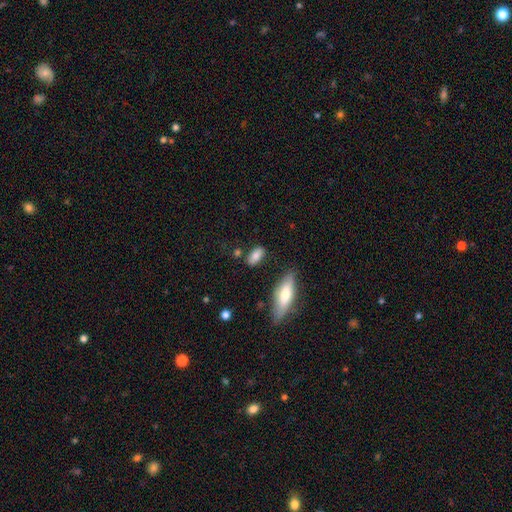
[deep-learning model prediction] Smooth or featured?
  - smooth: 81% *
  - featured or disk: 11%
  - star or artifact: 8%
How rounded?
  - in between: 85% *
  - cigar-shaped: 10%
  - round: 5%
Merging?
  - none: 78% *
  - minor disturbance: 14%
  - merger: 5%
  - major disturbance: 4%